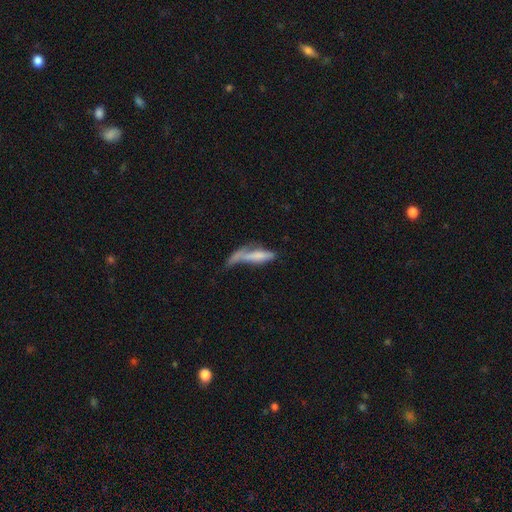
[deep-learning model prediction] smooth_or_featured: smooth (p=0.61) [alt: featured or disk p=0.29]
how_rounded: cigar-shaped (p=0.70) [alt: in between p=0.28]
merging: major disturbance (p=0.31) [alt: none p=0.24]